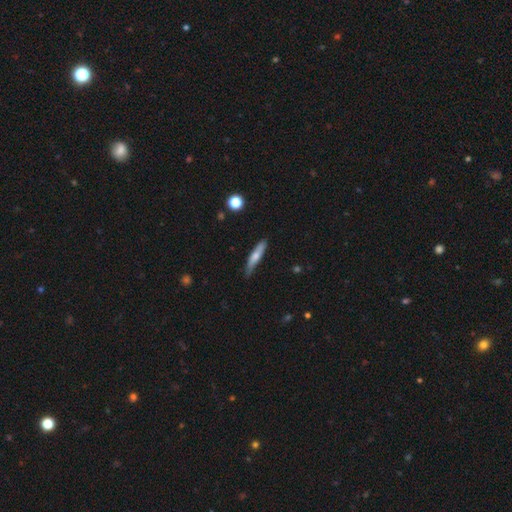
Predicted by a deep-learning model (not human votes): A smooth galaxy with no disk features (59%) that is cigar-shaped (87%).

Vote fractions:
- Smooth or featured? smooth: 59% / featured or disk: 35% / star or artifact: 6%
- How rounded? cigar-shaped: 87% / in between: 11% / round: 2%
- Merging? none: 78% / minor disturbance: 18% / major disturbance: 3% / merger: 2%